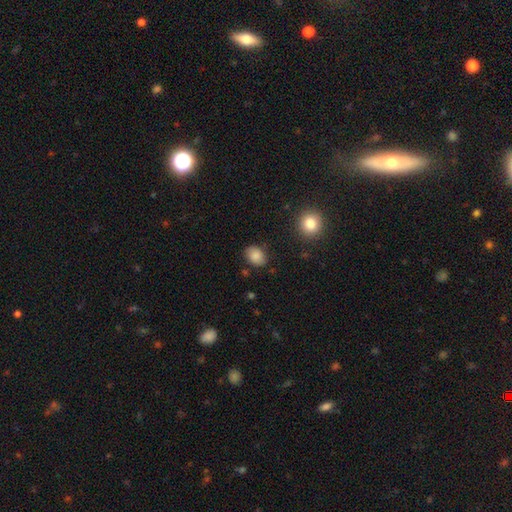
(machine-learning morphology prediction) smooth 85%, star or artifact 9%, featured or disk 6%. Down the decision tree: how rounded — in between (71%); merging — none (82%).